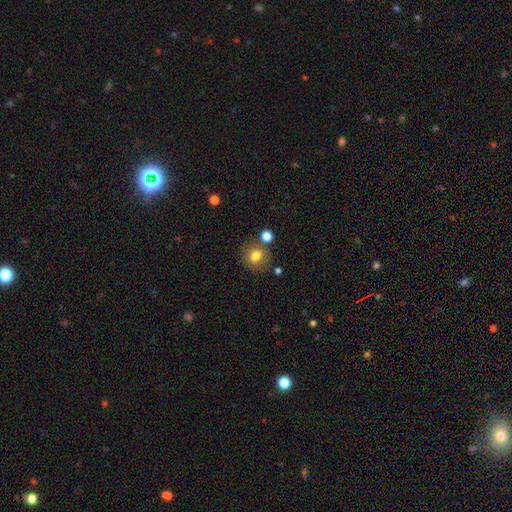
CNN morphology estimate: smooth-or-featured: smooth: 77% | star or artifact: 12% | featured or disk: 11%
  how-rounded: round: 80% | in between: 19% | cigar-shaped: 1%
  merging: none: 75% | minor disturbance: 11% | merger: 10% | major disturbance: 4%